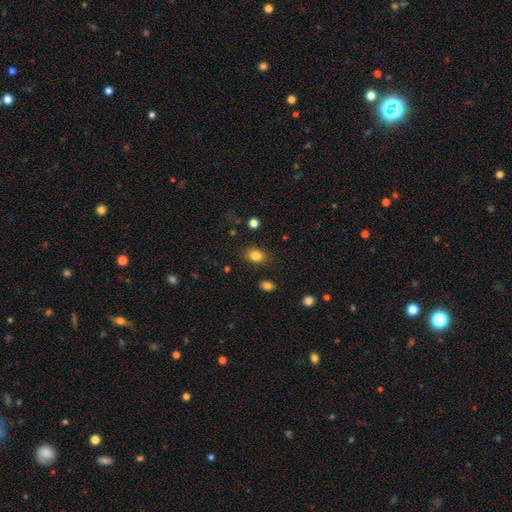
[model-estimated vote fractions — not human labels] smooth 83%, star or artifact 10%, featured or disk 7%. Down the decision tree: how rounded — in between (69%); merging — none (84%).